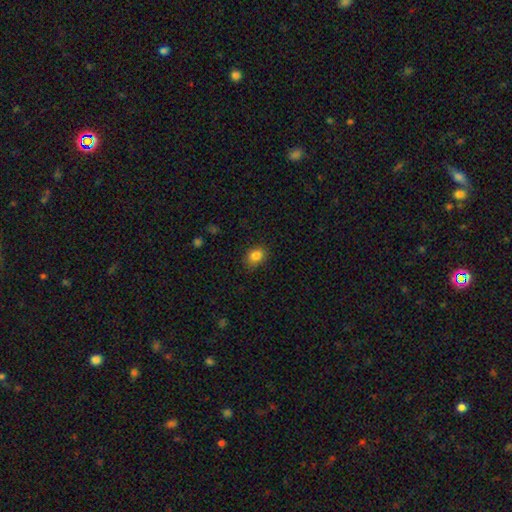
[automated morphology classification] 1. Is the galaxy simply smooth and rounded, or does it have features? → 85% smooth, 10% star or artifact, 5% featured or disk.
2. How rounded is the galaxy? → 64% in between, 35% round, 1% cigar-shaped.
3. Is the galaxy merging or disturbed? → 83% none, 13% minor disturbance, 3% major disturbance, 1% merger.